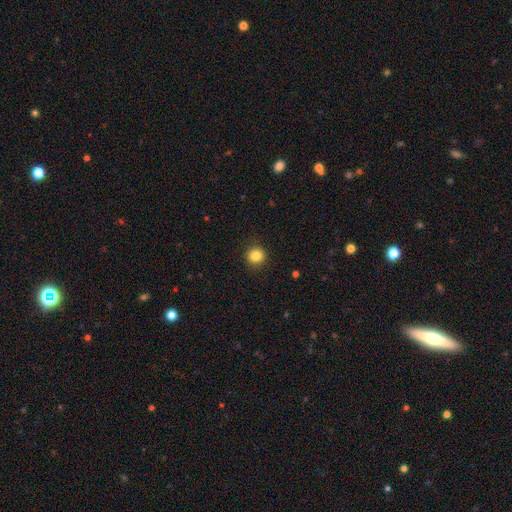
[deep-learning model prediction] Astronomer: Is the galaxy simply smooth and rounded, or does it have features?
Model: smooth — 84%.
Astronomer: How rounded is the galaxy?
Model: round — 94%.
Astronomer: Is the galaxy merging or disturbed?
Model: none — 91%.